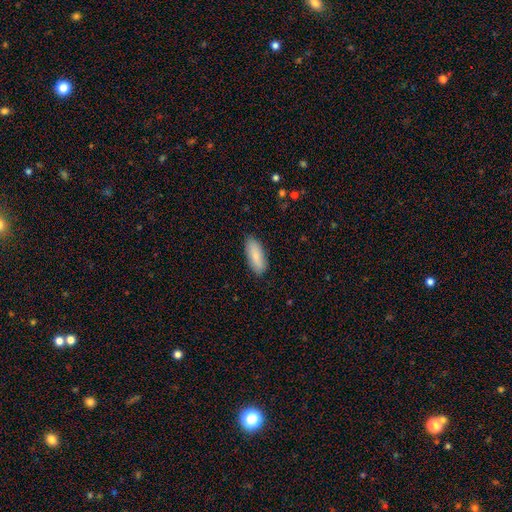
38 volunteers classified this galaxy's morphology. Smooth or featured: smooth — 84% (featured or disk — 11%)
How rounded: in between — 78% (cigar-shaped — 22%)
Merging: none — 64% (minor disturbance — 28%)